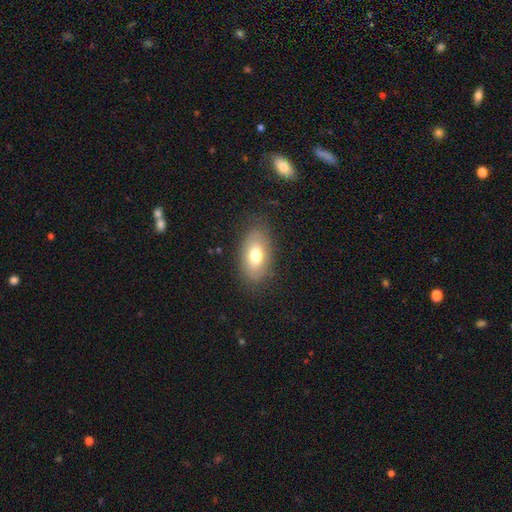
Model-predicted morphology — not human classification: A smooth galaxy with no disk features (70%) that is in between round and cigar-shaped (91%). Merging: none (79%).